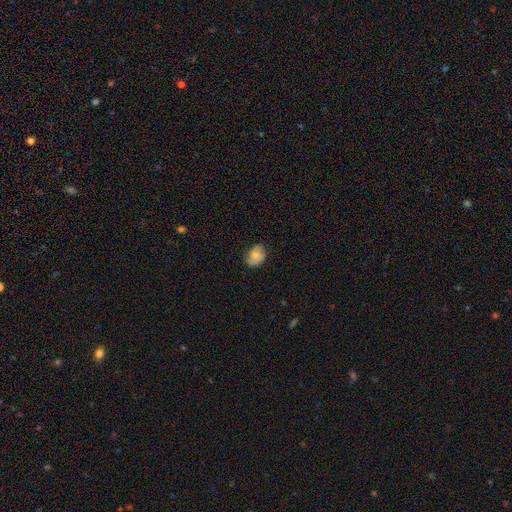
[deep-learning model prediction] smooth 67%, featured or disk 25%, star or artifact 8%. Down the decision tree: how rounded — in between (66%); merging — none (70%).